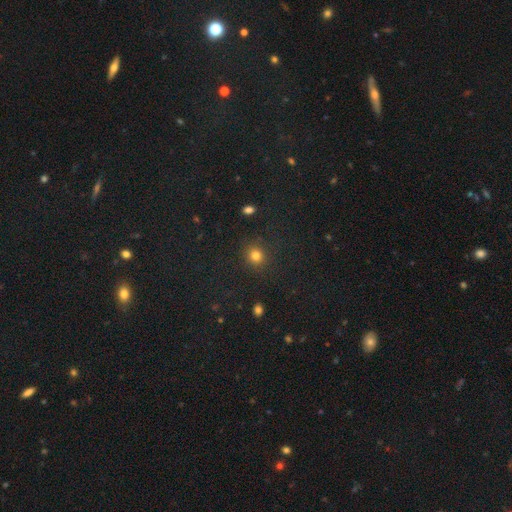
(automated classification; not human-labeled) Smooth or featured: smooth — 80% (star or artifact — 15%)
How rounded: round — 87% (in between — 12%)
Merging: none — 88% (minor disturbance — 7%)